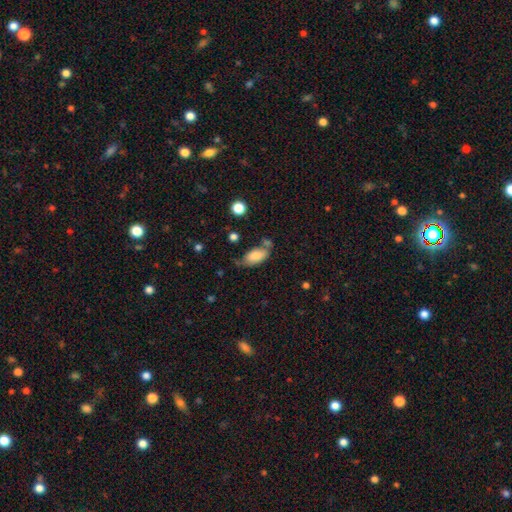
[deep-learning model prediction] Smooth or featured? smooth (80%)
How rounded? in between (91%)
Merging? none (47%)